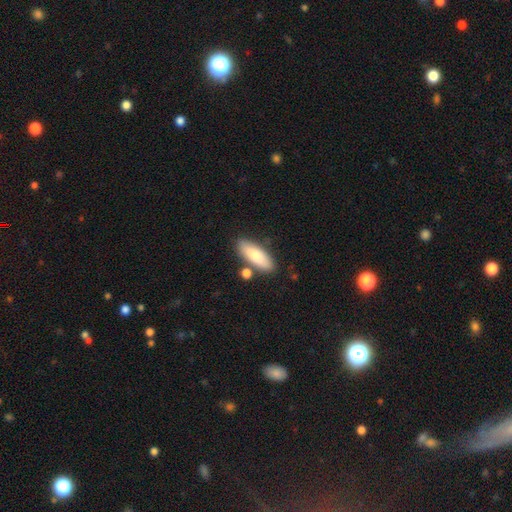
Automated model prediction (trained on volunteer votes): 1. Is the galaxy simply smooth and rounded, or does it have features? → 76% smooth, 18% featured or disk, 6% star or artifact.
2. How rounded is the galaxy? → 64% in between, 34% cigar-shaped, 2% round.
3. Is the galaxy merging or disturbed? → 77% none, 11% minor disturbance, 9% merger, 3% major disturbance.